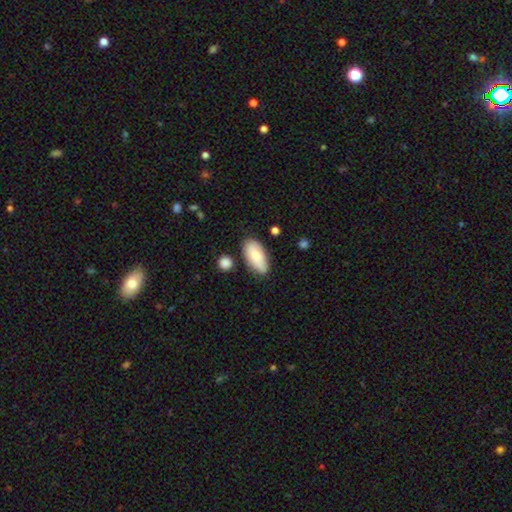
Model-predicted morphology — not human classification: This is likely a smooth galaxy (75%). How rounded: clearly in between (91%). Merging: likely none (75%).